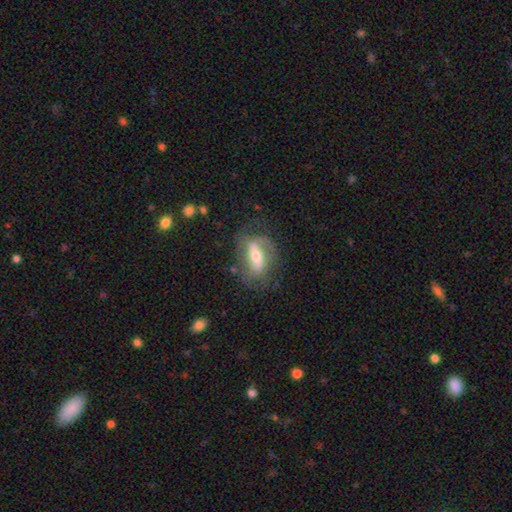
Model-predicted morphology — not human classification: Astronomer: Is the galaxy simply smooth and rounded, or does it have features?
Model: featured or disk — 68%.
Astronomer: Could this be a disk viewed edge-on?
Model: no — 86%.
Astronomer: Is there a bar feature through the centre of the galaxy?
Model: strong — 51% (runner-up: weak, 30%).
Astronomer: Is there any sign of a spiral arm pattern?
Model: yes — 73%.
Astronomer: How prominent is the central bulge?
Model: moderate — 58%.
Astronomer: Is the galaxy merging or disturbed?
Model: none — 62%.